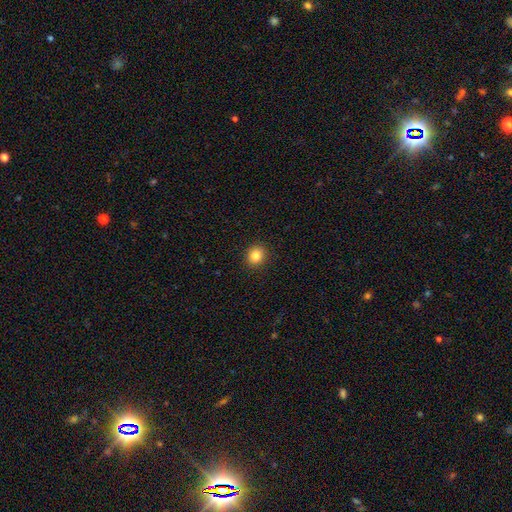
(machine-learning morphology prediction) A smooth galaxy with no disk features (83%) that is round (80%). Merging: none (91%).